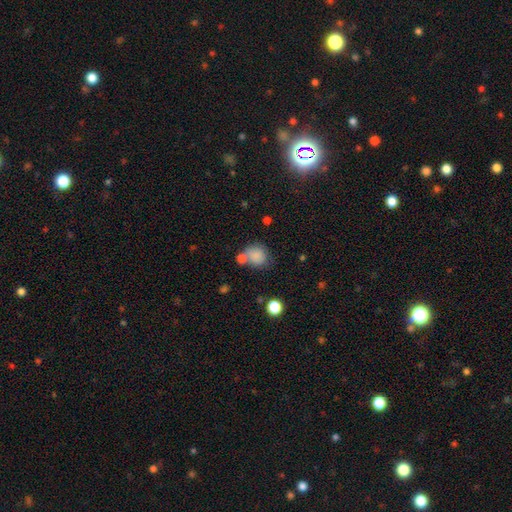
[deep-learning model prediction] The model was most divided on "merging": none: 54%, merger: 23%, minor disturbance: 16%, major disturbance: 7%. More confident: smooth or featured — smooth (82%); how rounded — round (73%).